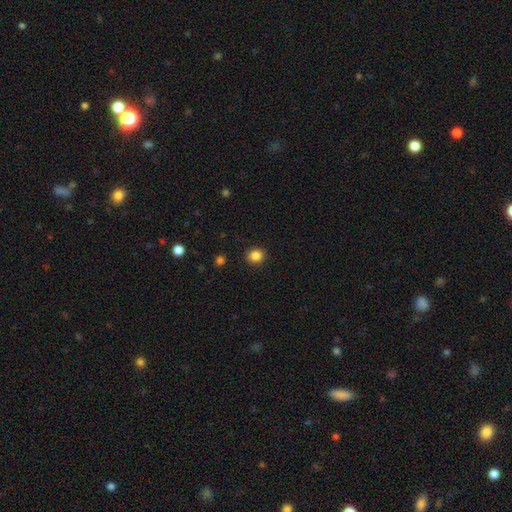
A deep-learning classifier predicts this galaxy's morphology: This is clearly a smooth galaxy (85%). How rounded: clearly round (85%). Merging: clearly none (91%).